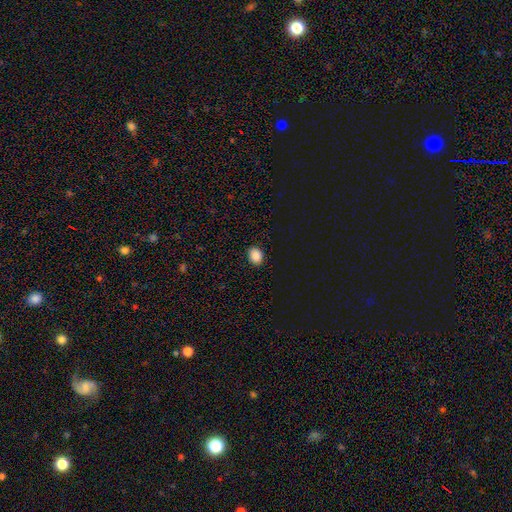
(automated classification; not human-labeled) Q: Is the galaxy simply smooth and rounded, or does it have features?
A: smooth — 87%.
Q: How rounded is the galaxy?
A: in between — 57%.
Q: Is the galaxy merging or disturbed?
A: none — 89%.